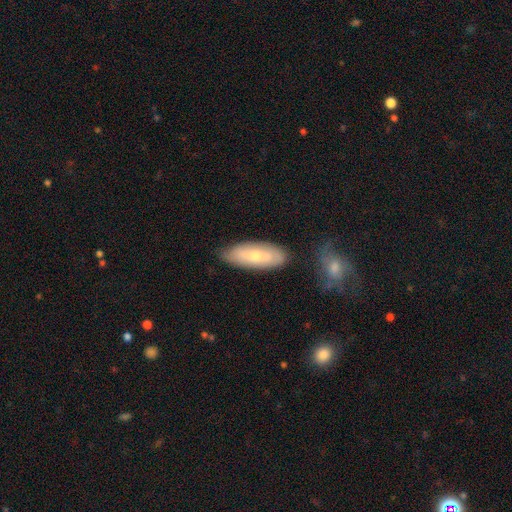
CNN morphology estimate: A smooth galaxy with no disk features (58%) that is in between round and cigar-shaped (72%). Merging: none (77%).